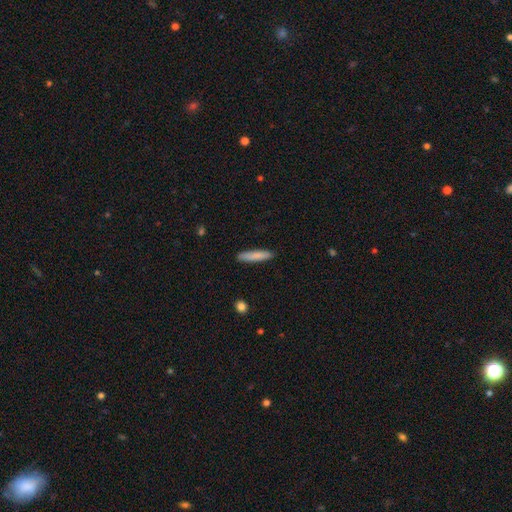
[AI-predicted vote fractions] Overall: smooth (84%). How rounded: cigar-shaped (88%). Merging: none (89%).